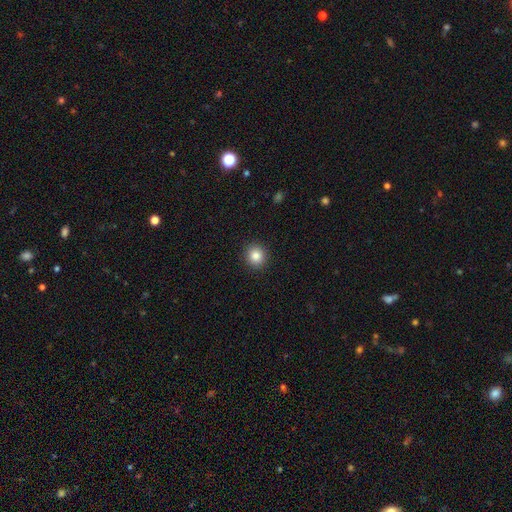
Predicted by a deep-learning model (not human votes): smooth 84%, star or artifact 11%, featured or disk 5%. Down the decision tree: how rounded — round (88%); merging — none (92%).